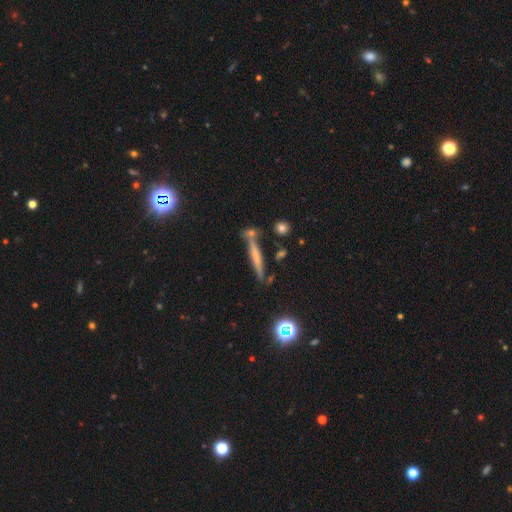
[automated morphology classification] A featured or disk galaxy (44%). Merging: none (73%).